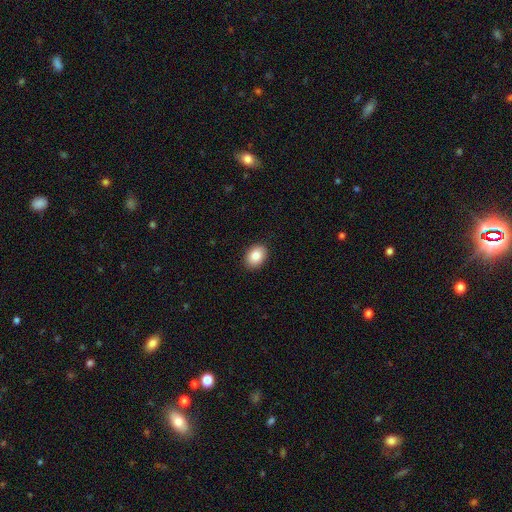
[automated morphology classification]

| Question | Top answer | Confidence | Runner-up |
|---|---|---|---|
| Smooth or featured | smooth | 86% | star or artifact (8%) |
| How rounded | in between | 74% | round (25%) |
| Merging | none | 90% | minor disturbance (7%) |